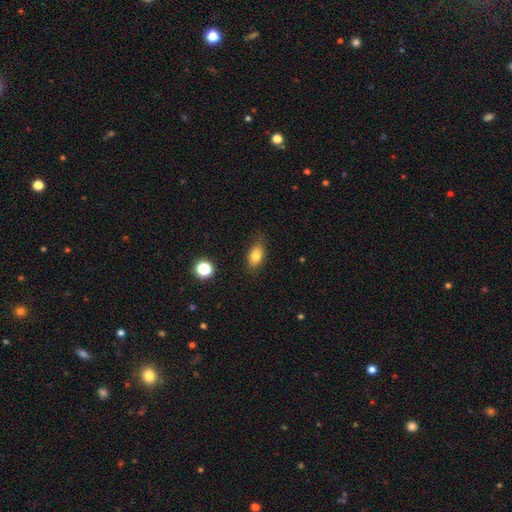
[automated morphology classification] smooth 80%, featured or disk 10%, star or artifact 10%. Down the decision tree: how rounded — in between (83%); merging — none (76%).